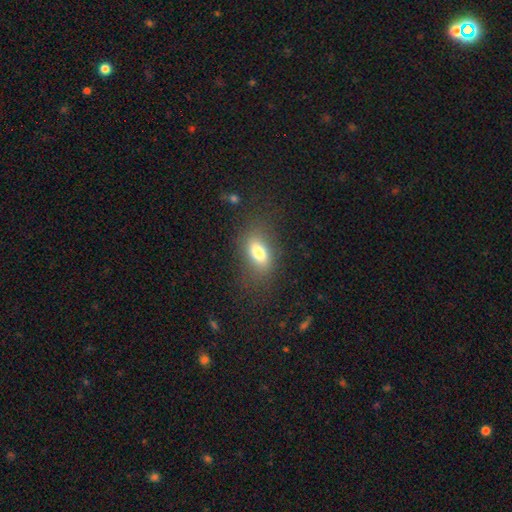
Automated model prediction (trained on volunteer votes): smooth_or_featured: smooth (p=0.69) [alt: star or artifact p=0.16]
how_rounded: in between (p=0.78) [alt: round p=0.15]
merging: none (p=0.77) [alt: minor disturbance p=0.15]